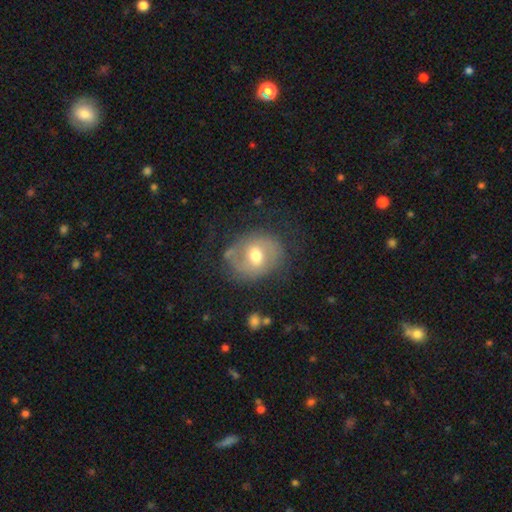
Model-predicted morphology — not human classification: type=featured or disk (55%); edge-on=no (96%); bar=weak (48%); spiral arms=yes (63%); bulge=moderate (75%); merging=none (62%).